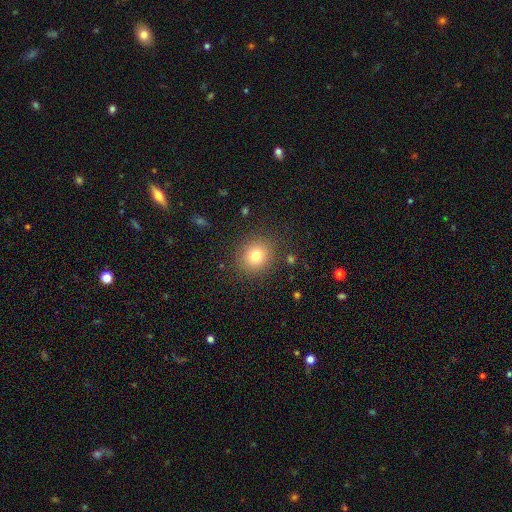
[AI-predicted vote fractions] smooth_or_featured: smooth (p=0.78) [alt: star or artifact p=0.13]
how_rounded: round (p=0.83) [alt: in between p=0.16]
merging: none (p=0.87) [alt: minor disturbance p=0.08]